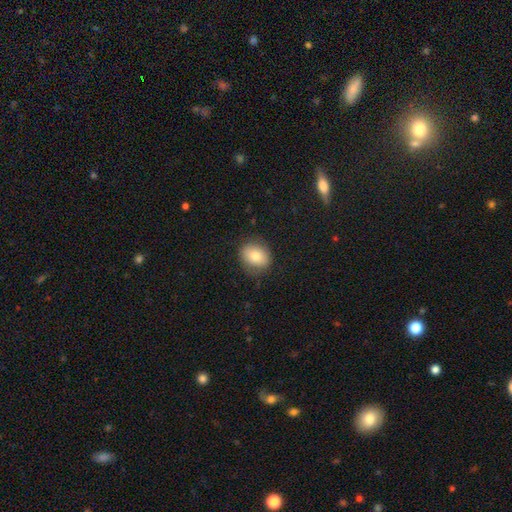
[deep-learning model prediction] Smooth or featured? Predicted: smooth (p=0.79). How rounded? Predicted: round (p=0.54). Merging? Predicted: none (p=0.81).